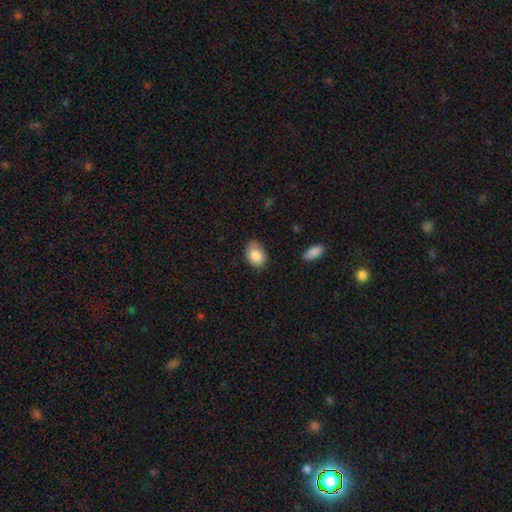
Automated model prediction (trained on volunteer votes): Overall: smooth (84%). How rounded: in between (77%). Merging: none (75%).